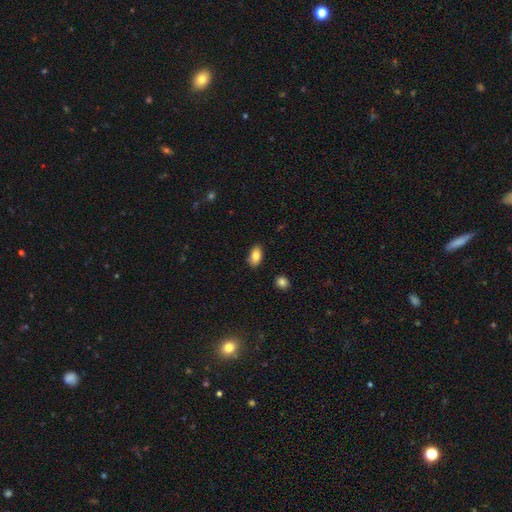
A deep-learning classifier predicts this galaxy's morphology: Q: Smooth or featured?
A: smooth (83%); runner-up: featured or disk (9%)
Q: How rounded?
A: in between (91%); runner-up: round (6%)
Q: Merging?
A: none (84%); runner-up: minor disturbance (12%)